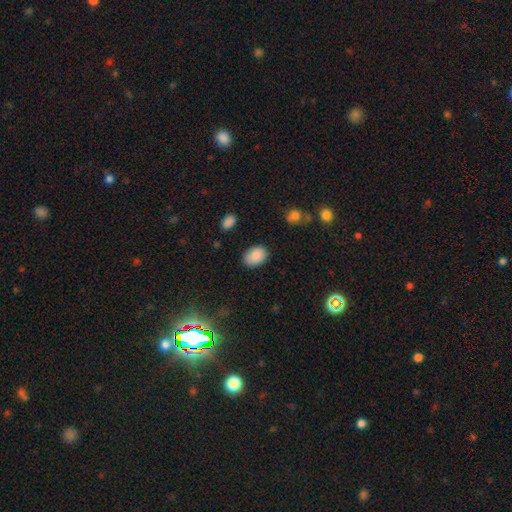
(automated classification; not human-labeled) smooth_or_featured: smooth (p=0.89) [alt: star or artifact p=0.07]
how_rounded: in between (p=0.82) [alt: round p=0.17]
merging: none (p=0.84) [alt: minor disturbance p=0.12]